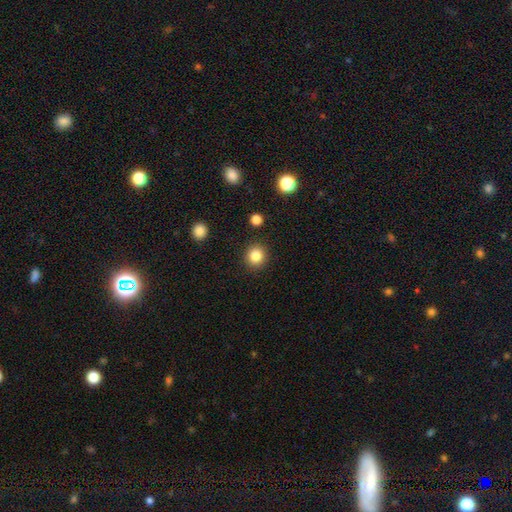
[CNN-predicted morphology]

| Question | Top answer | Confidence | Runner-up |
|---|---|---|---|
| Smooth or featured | smooth | 84% | star or artifact (11%) |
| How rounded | round | 89% | in between (10%) |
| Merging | none | 90% | minor disturbance (6%) |